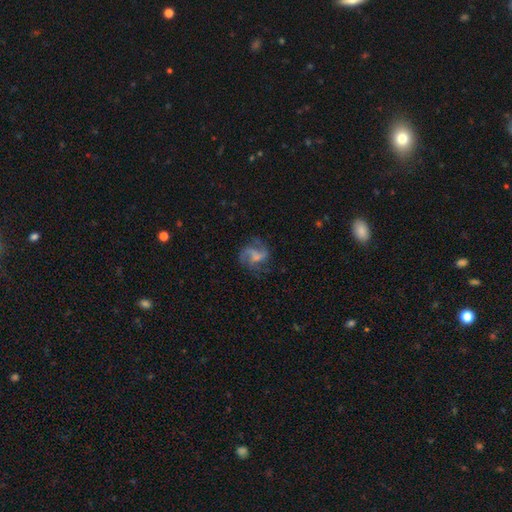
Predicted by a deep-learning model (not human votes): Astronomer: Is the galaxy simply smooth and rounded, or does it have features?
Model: featured or disk — 66%.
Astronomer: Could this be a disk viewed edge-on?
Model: no — 98%.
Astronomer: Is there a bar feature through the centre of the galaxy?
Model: no — 49% (runner-up: weak, 40%).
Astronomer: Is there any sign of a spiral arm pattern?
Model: yes — 88%.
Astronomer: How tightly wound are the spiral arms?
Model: loose — 46% (runner-up: medium, 42%).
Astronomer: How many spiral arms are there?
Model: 2 — 34%, tied with 3 at 34%.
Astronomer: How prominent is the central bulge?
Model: none — 43% (runner-up: moderate, 24%).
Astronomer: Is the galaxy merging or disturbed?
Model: none — 57%.